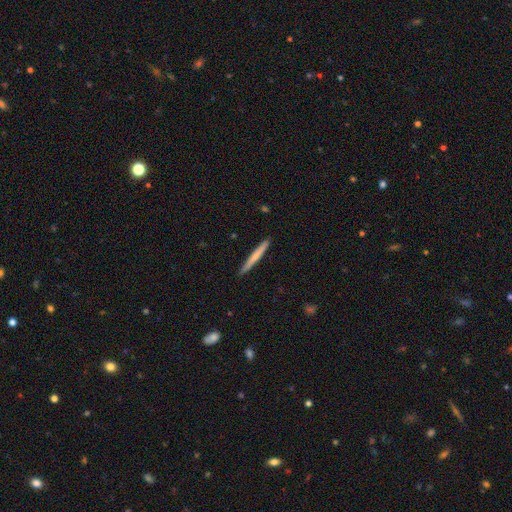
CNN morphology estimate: Smooth or featured?
  - smooth: 64% *
  - featured or disk: 31%
  - star or artifact: 5%
How rounded?
  - cigar-shaped: 97% *
  - in between: 2%
  - round: 1%
Merging?
  - none: 91% *
  - minor disturbance: 7%
  - major disturbance: 1%
  - merger: 1%